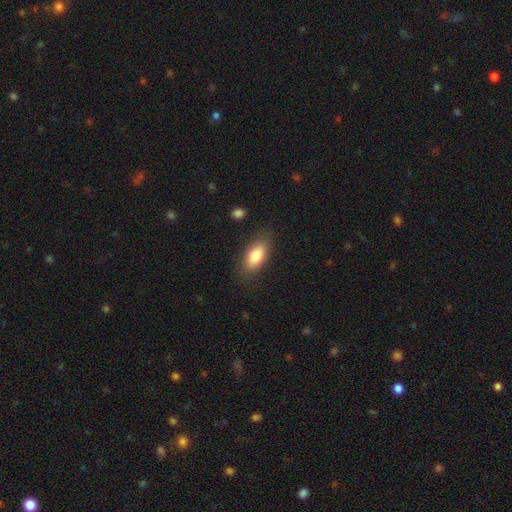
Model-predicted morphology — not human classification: Overall: smooth (82%). How rounded: in between (86%). Merging: none (81%).